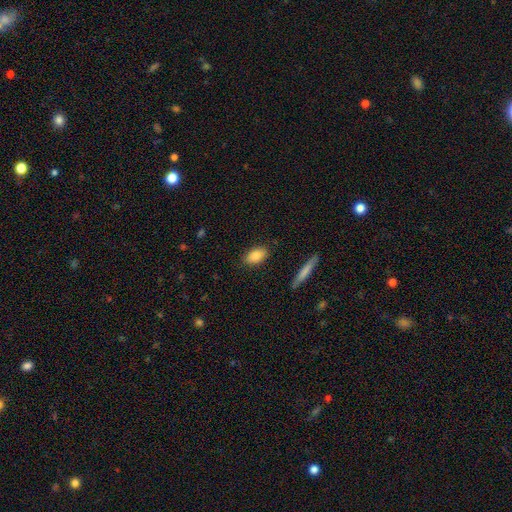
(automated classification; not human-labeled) Q: Smooth or featured?
A: smooth (84%); runner-up: featured or disk (9%)
Q: How rounded?
A: in between (88%); runner-up: round (7%)
Q: Merging?
A: none (85%); runner-up: minor disturbance (10%)